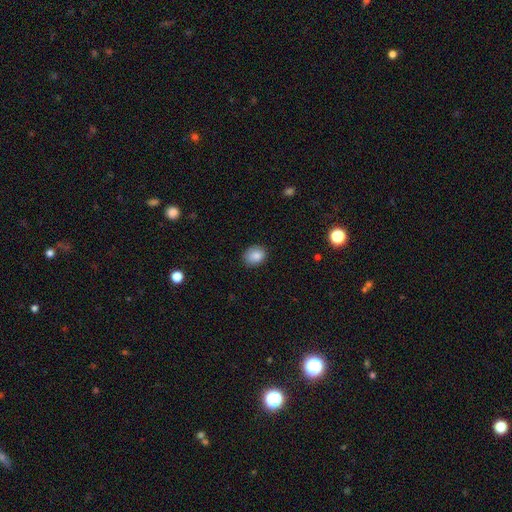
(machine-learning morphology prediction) The model was most divided on "how rounded": in between: 50%, round: 49%, cigar-shaped: 1%. More confident: smooth or featured — smooth (86%); merging — none (84%).